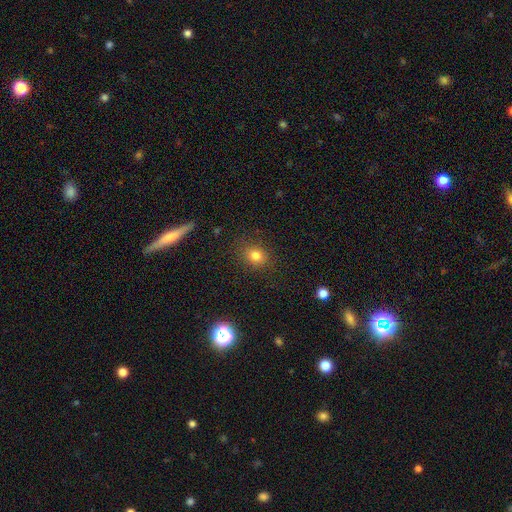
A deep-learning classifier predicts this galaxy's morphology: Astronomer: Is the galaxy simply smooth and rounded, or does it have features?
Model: smooth — 80%.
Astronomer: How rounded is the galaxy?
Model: round — 59% (runner-up: in between, 40%).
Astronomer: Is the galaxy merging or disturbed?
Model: none — 85%.